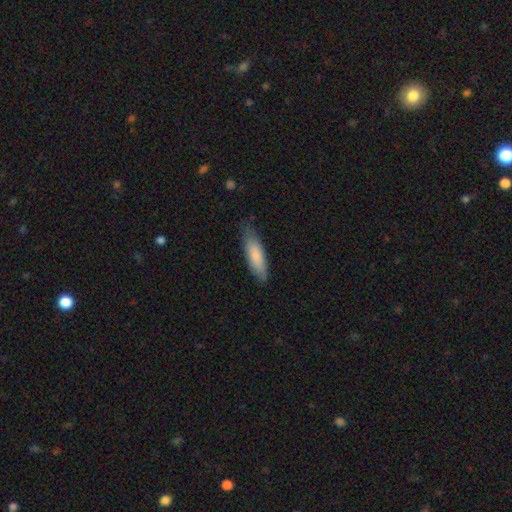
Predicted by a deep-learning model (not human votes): Smooth or featured? Predicted: smooth (p=0.82). How rounded? Predicted: cigar-shaped (p=0.56). Merging? Predicted: none (p=0.76).